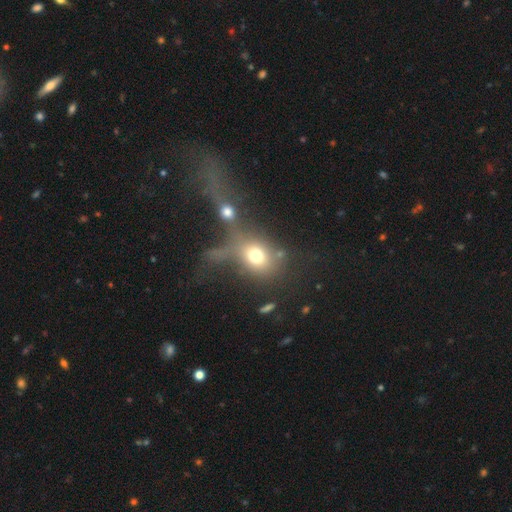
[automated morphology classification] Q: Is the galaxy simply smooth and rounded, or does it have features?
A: smooth — 68%.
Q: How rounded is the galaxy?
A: round — 52%.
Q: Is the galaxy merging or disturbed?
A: merger — 37%.